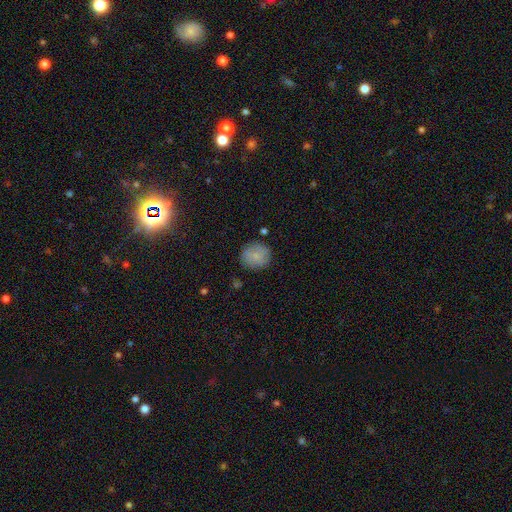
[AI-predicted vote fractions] The model was most divided on "smooth or featured": smooth: 79%, featured or disk: 13%, star or artifact: 8%. More confident: how rounded — round (87%); merging — none (82%).